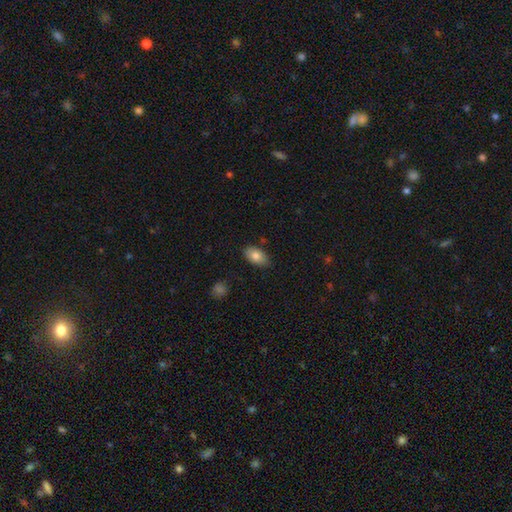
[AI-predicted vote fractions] smooth-or-featured: smooth: 82% | featured or disk: 11% | star or artifact: 7%
  how-rounded: in between: 93% | round: 5% | cigar-shaped: 2%
  merging: none: 83% | minor disturbance: 13% | major disturbance: 2% | merger: 2%